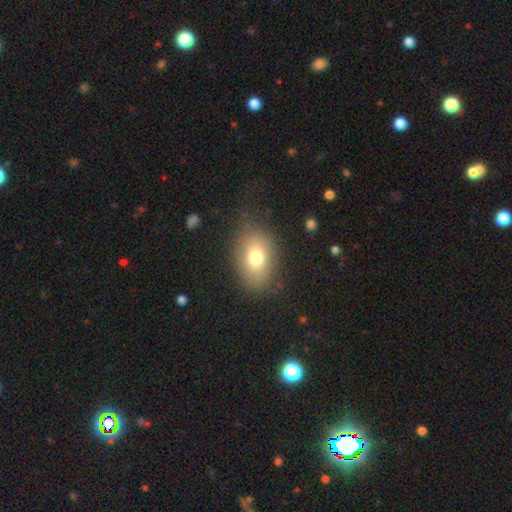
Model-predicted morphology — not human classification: smooth 74%, featured or disk 14%, star or artifact 11%. Down the decision tree: how rounded — in between (84%); merging — none (73%).